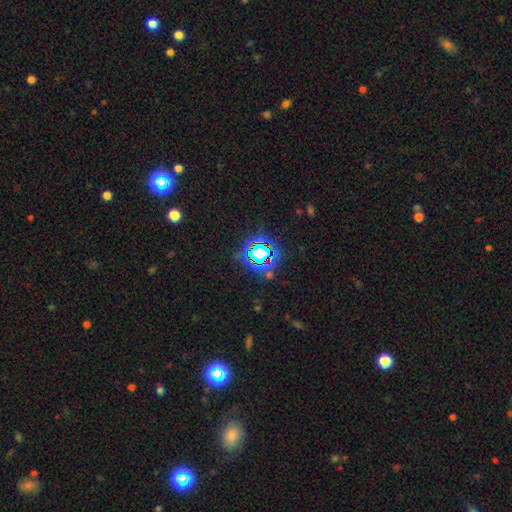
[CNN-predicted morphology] Smooth or featured?
  - star or artifact: 72% *
  - smooth: 17%
  - featured or disk: 11%